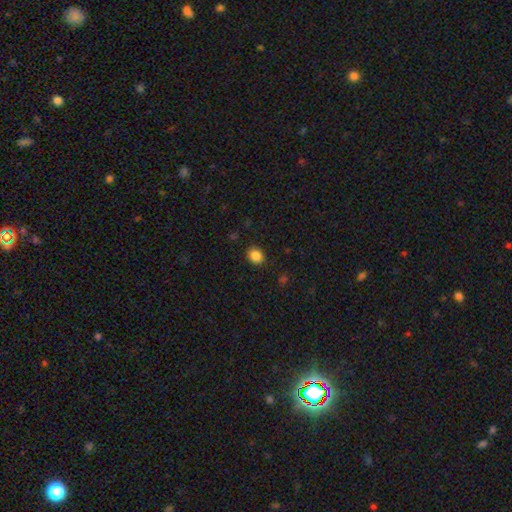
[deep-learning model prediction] smooth 87%, star or artifact 10%, featured or disk 4%. Down the decision tree: how rounded — round (59%); merging — none (88%).